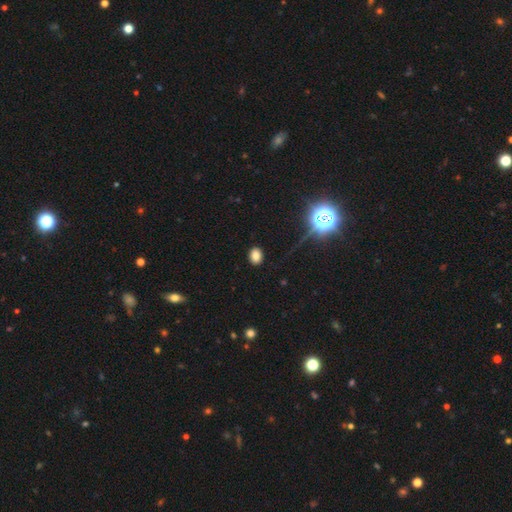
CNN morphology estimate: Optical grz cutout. It shows a smooth galaxy with no disk features (80%) that is in between round and cigar-shaped (67%). Merging: none (89%).